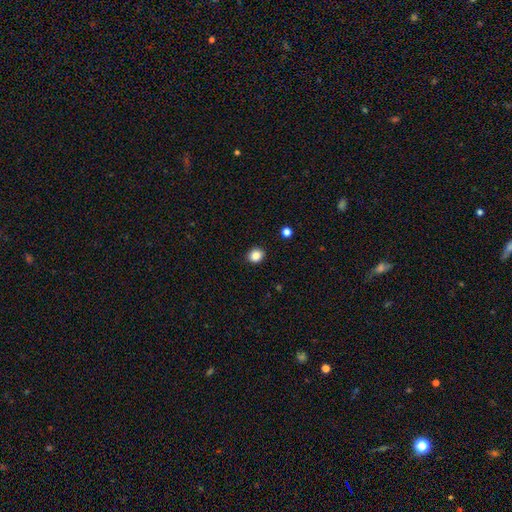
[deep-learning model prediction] Overall: smooth (86%). How rounded: round (72%). Merging: none (91%).